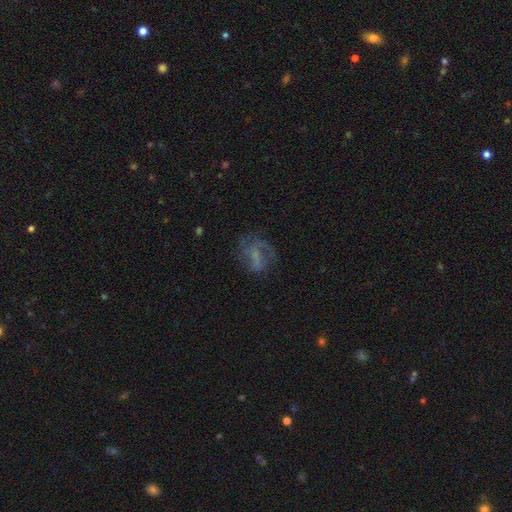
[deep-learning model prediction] featured or disk 56%, smooth 30%, star or artifact 14%. Down the decision tree: edge-on disk — no (96%); bar — no (45%); spiral arms — yes (66%); bulge size — none (46%); merging — none (52%).